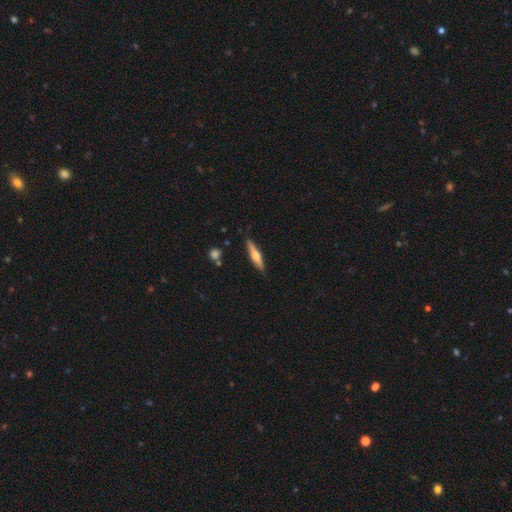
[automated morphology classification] Overall: featured or disk (55%; smooth 39%). Edge-on disk: yes (95%). Edge-on bulge: rounded (91%). Merging: none (88%).